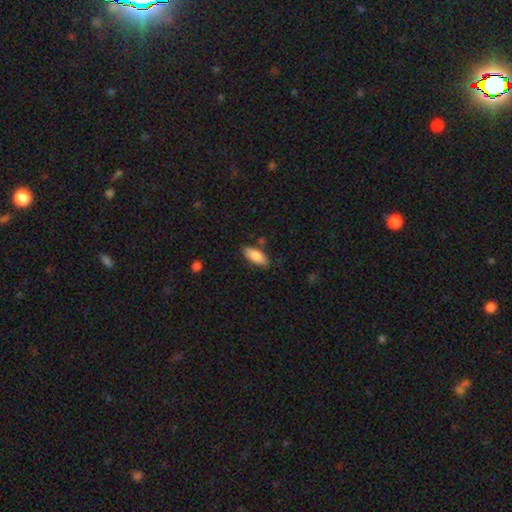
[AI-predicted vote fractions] Overall: smooth (83%). How rounded: in between (79%). Merging: none (80%).